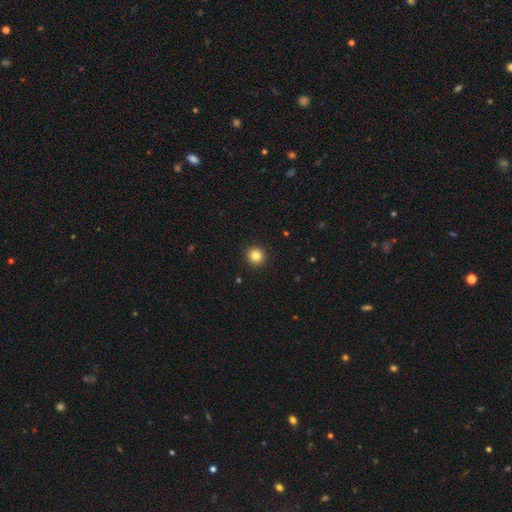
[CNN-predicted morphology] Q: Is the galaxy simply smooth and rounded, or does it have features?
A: smooth — 84%.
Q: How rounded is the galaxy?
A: round — 94%.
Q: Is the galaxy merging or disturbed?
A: none — 93%.